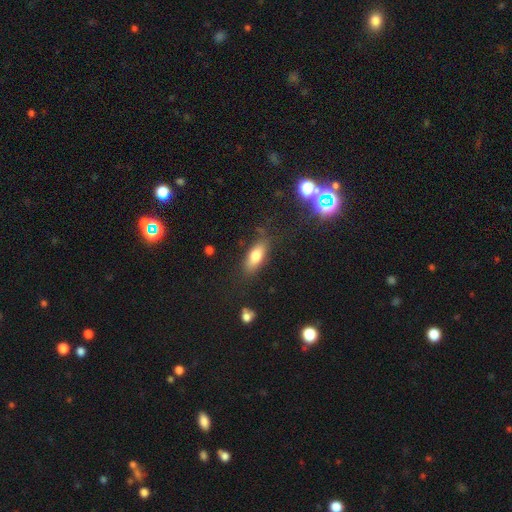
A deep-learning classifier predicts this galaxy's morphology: A smooth galaxy with no disk features (75%) that is in between round and cigar-shaped (77%).

Vote fractions:
- Smooth or featured? smooth: 75% / featured or disk: 16% / star or artifact: 9%
- How rounded? in between: 77% / cigar-shaped: 19% / round: 4%
- Merging? none: 78% / minor disturbance: 15% / major disturbance: 4% / merger: 3%